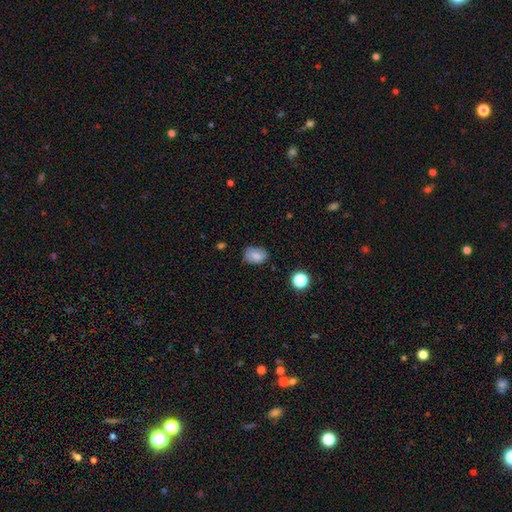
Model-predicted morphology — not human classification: type=smooth (77%); roundness=in between (74%); merging=none (74%).